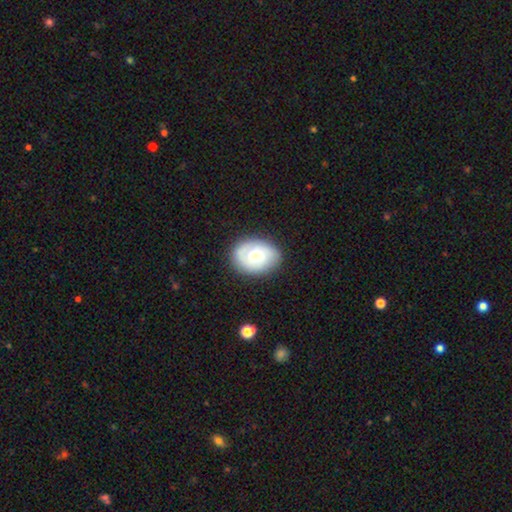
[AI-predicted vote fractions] Smooth or featured: smooth — 49% (featured or disk — 44%)
Merging: none — 81% (minor disturbance — 13%)